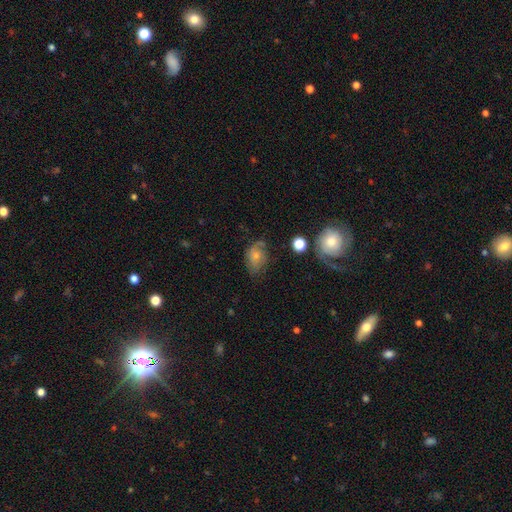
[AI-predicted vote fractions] smooth-or-featured: smooth: 56% | featured or disk: 33% | star or artifact: 11%
  how-rounded: in between: 71% | round: 28% | cigar-shaped: 1%
  merging: none: 47% | minor disturbance: 31% | major disturbance: 18% | merger: 4%